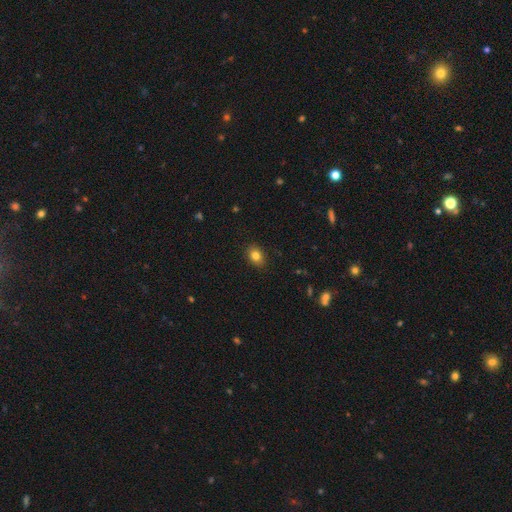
smooth_or_featured: smooth (p=0.85) [alt: star or artifact p=0.10]
how_rounded: in between (p=0.71) [alt: round p=0.29]
merging: none (p=0.89) [alt: minor disturbance p=0.08]